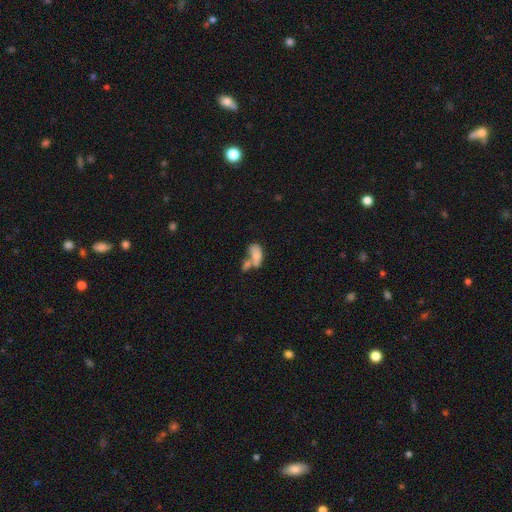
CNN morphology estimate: Smooth or featured? Predicted: smooth (p=0.73). How rounded? Predicted: in between (p=0.89). Merging? Predicted: merger (p=0.59).